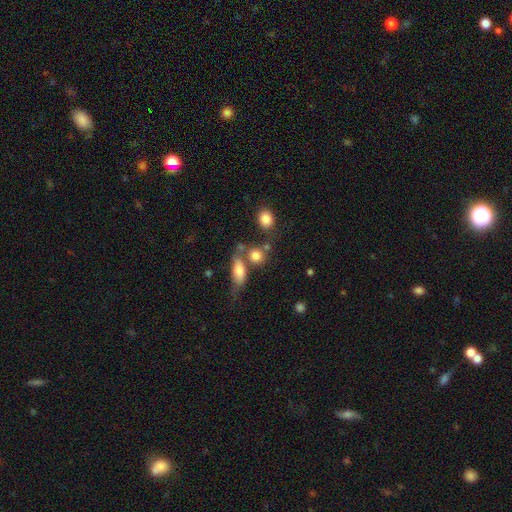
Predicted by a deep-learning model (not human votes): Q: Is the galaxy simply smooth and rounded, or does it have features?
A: smooth — 80%.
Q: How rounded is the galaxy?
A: round — 69%.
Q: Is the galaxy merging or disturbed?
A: none — 50%.